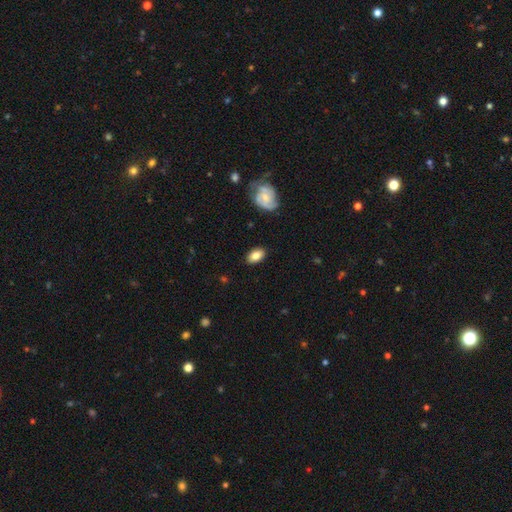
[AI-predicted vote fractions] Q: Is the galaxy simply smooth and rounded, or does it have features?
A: smooth — 80%.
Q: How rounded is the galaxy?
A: in between — 91%.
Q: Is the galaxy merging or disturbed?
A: none — 86%.